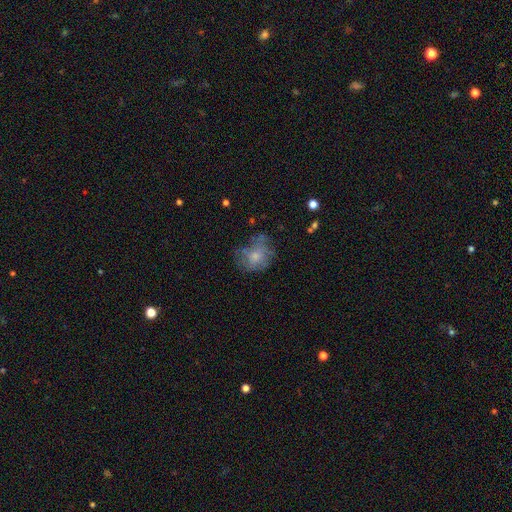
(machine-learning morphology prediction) smooth-or-featured: smooth: 57% | featured or disk: 32% | star or artifact: 11%
  how-rounded: round: 56% | in between: 43% | cigar-shaped: 1%
  merging: none: 52% | minor disturbance: 26% | major disturbance: 19% | merger: 3%